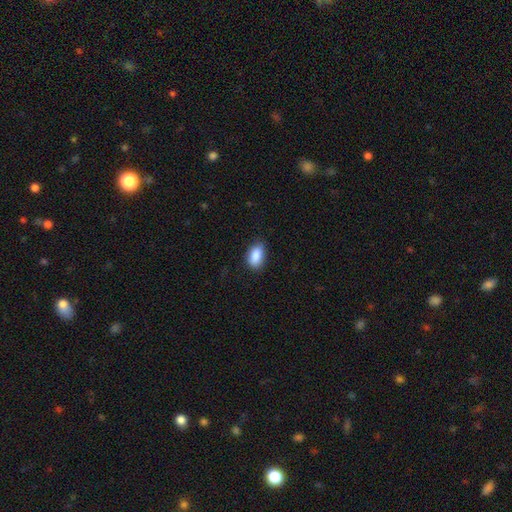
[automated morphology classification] The model was most divided on "merging": none: 80%, minor disturbance: 16%, major disturbance: 3%, merger: 1%. More confident: how rounded — in between (91%); smooth or featured — smooth (89%).